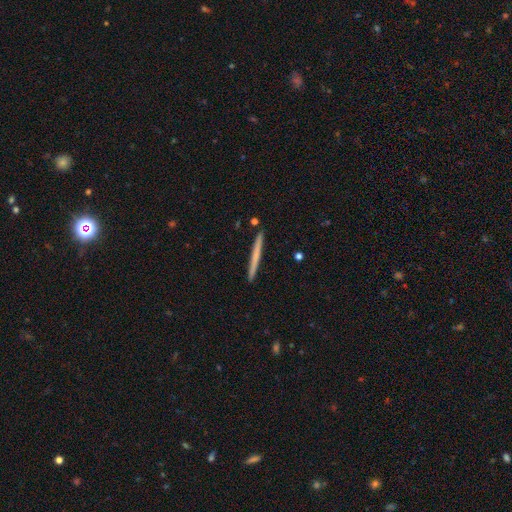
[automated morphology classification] This is possibly a smooth galaxy (56%). How rounded: clearly cigar-shaped (97%). Merging: clearly none (92%).